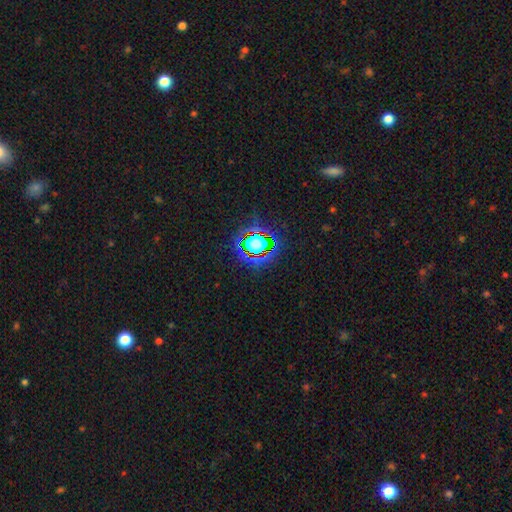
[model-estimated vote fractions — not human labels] smooth-or-featured: star or artifact: 80% | smooth: 12% | featured or disk: 8%